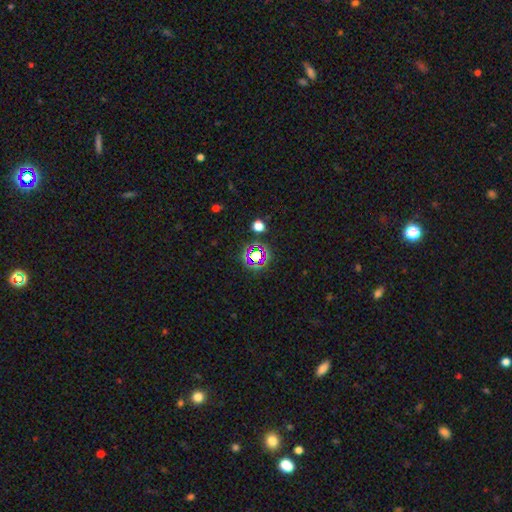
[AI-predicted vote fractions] This appears to be a star or artifact, not a galaxy (65%).